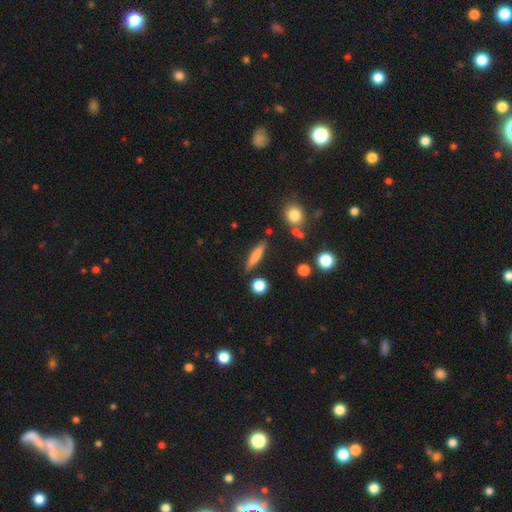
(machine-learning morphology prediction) This is likely a smooth galaxy (70%). How rounded: clearly cigar-shaped (84%). Merging: clearly none (84%).